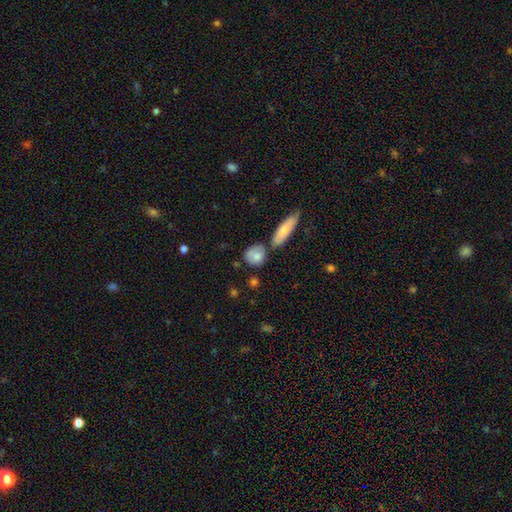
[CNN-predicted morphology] A smooth galaxy with no disk features (81%) that is round (68%).

Vote fractions:
- Smooth or featured? smooth: 81% / featured or disk: 12% / star or artifact: 7%
- How rounded? round: 68% / in between: 27% / cigar-shaped: 6%
- Merging? none: 64% / minor disturbance: 17% / merger: 15% / major disturbance: 5%